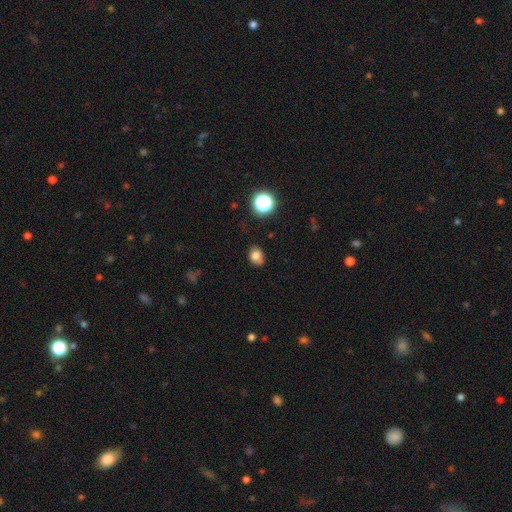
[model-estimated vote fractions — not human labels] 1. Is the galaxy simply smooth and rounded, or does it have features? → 78% smooth, 14% star or artifact, 8% featured or disk.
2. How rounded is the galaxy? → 53% in between, 46% round, 1% cigar-shaped.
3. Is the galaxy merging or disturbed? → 62% none, 26% minor disturbance, 6% major disturbance, 6% merger.